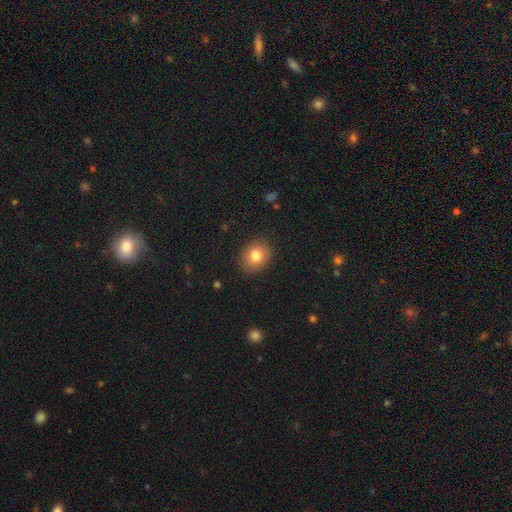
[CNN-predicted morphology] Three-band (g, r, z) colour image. It shows a smooth galaxy with no disk features (81%) that is round (64%). Merging: none (89%).